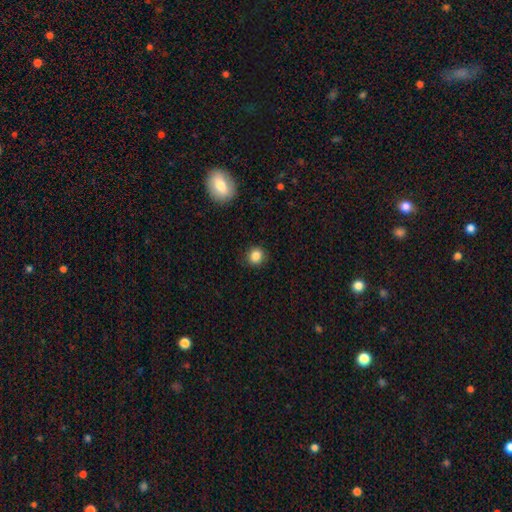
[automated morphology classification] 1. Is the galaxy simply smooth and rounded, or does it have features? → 85% smooth, 11% star or artifact, 4% featured or disk.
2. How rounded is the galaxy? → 87% round, 12% in between, 1% cigar-shaped.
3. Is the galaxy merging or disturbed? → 90% none, 7% minor disturbance, 2% major disturbance, 1% merger.